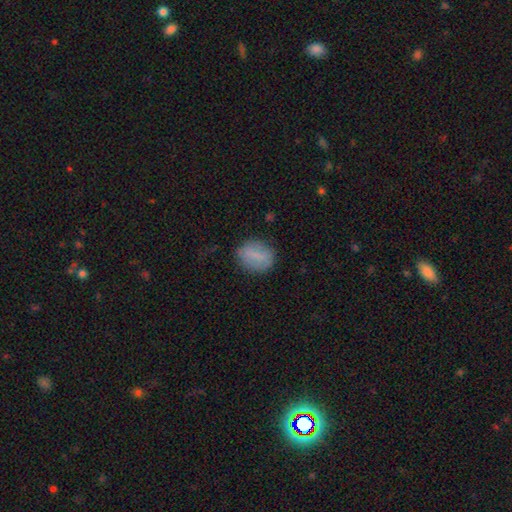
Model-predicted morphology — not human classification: Smooth or featured? Predicted: smooth (p=0.76). How rounded? Predicted: in between (p=0.50). Merging? Predicted: none (p=0.79).